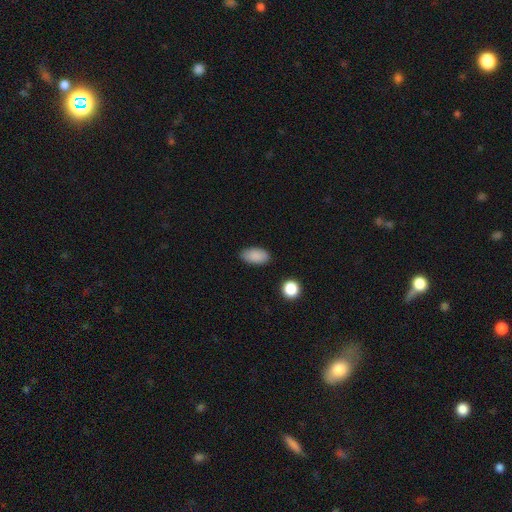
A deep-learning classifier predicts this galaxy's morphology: Q: Smooth or featured?
A: smooth (88%); runner-up: star or artifact (8%)
Q: How rounded?
A: in between (93%); runner-up: round (4%)
Q: Merging?
A: none (85%); runner-up: minor disturbance (11%)